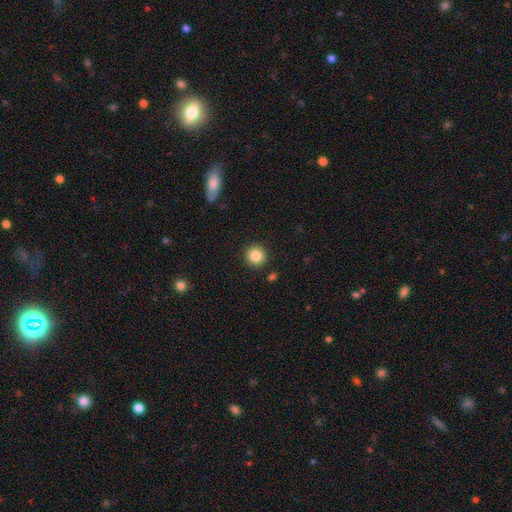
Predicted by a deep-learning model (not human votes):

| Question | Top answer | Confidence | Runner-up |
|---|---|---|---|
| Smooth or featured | smooth | 86% | star or artifact (9%) |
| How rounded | round | 95% | in between (4%) |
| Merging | none | 91% | minor disturbance (5%) |